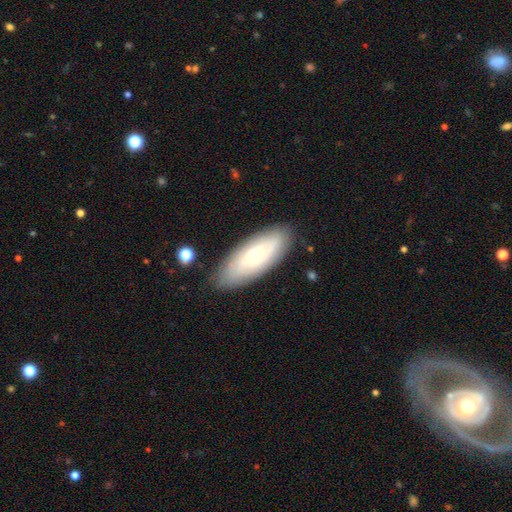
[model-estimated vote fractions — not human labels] Smooth or featured?
  - featured or disk: 47% *
  - smooth: 46%
  - star or artifact: 7%
Merging?
  - none: 83% *
  - minor disturbance: 12%
  - major disturbance: 3%
  - merger: 1%